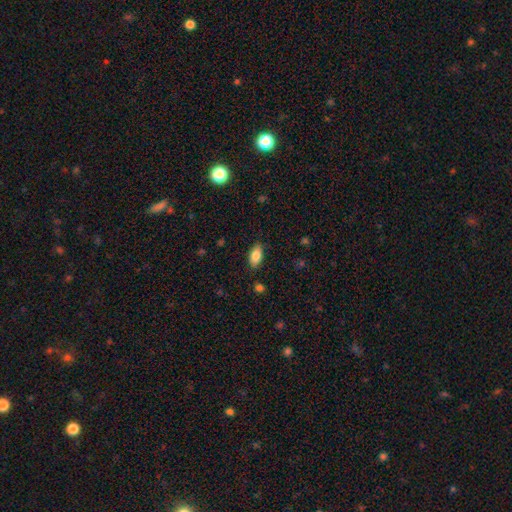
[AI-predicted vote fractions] Smooth or featured: smooth — 84% (featured or disk — 8%)
How rounded: in between — 91% (cigar-shaped — 6%)
Merging: none — 86% (minor disturbance — 10%)